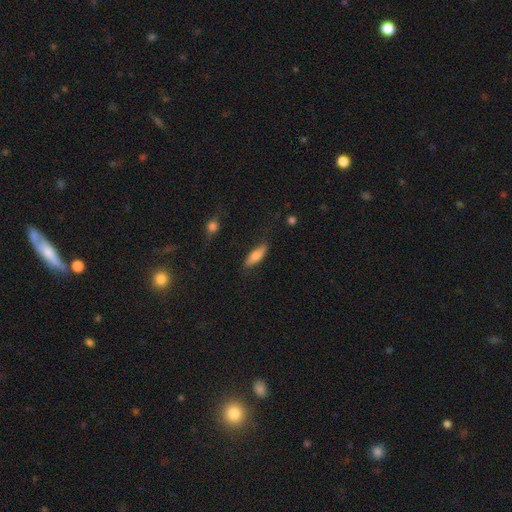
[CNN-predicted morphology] type=smooth (74%); roundness=in between (59%); merging=none (78%).